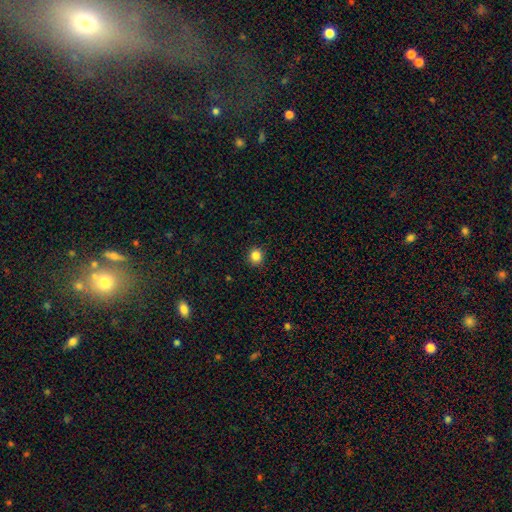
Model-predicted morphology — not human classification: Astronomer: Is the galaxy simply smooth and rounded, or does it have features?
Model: smooth — 85%.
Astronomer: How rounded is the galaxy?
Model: round — 88%.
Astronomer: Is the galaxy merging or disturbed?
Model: none — 91%.